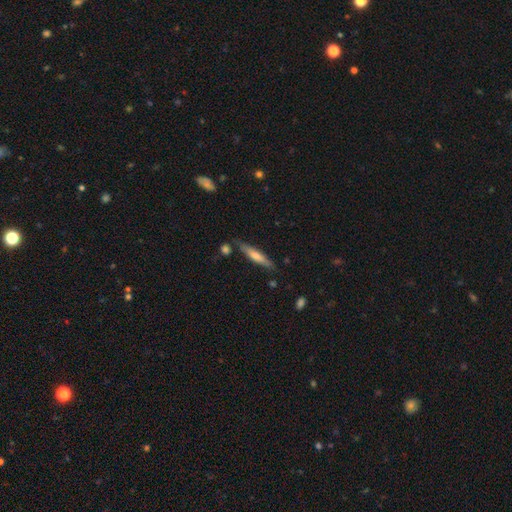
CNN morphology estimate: A featured or disk galaxy (49%). Merging: none (80%).